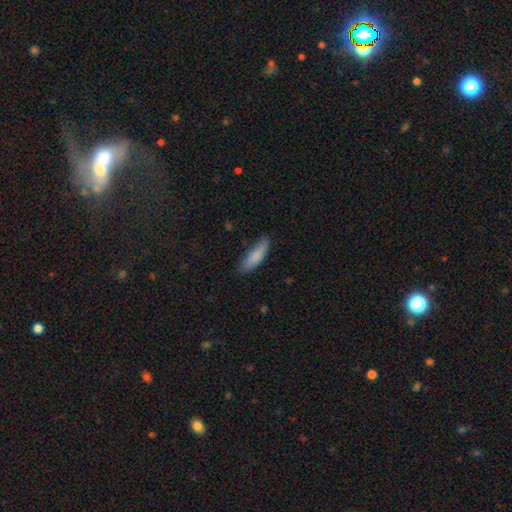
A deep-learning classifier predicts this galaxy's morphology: Q: Smooth or featured?
A: smooth (83%); runner-up: featured or disk (11%)
Q: How rounded?
A: cigar-shaped (59%); runner-up: in between (39%)
Q: Merging?
A: none (76%); runner-up: minor disturbance (19%)